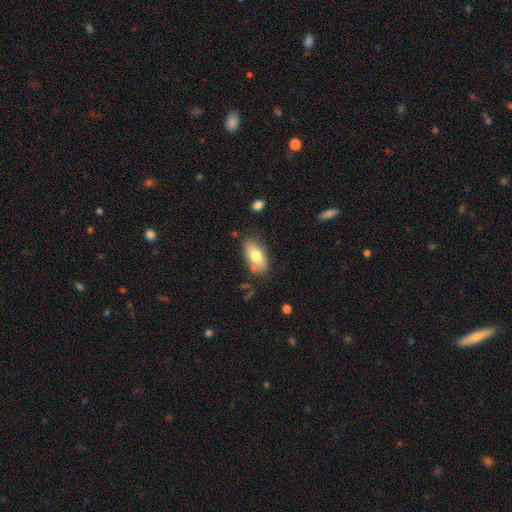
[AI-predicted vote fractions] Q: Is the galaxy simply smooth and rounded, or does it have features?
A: smooth — 77%.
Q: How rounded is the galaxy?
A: in between — 92%.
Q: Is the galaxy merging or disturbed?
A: none — 71%.